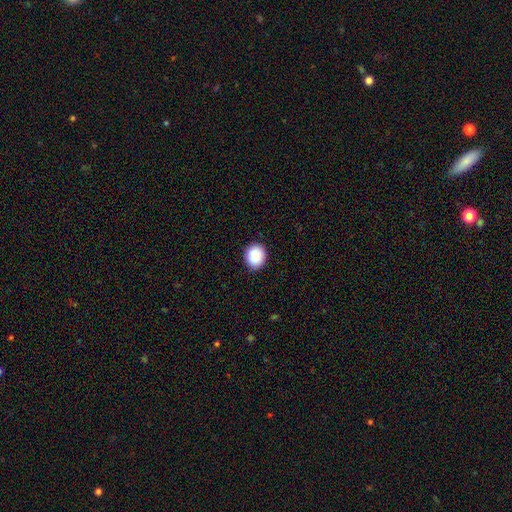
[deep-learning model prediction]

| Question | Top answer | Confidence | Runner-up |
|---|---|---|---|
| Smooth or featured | smooth | 84% | star or artifact (8%) |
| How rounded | round | 80% | in between (19%) |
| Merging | none | 90% | minor disturbance (7%) |